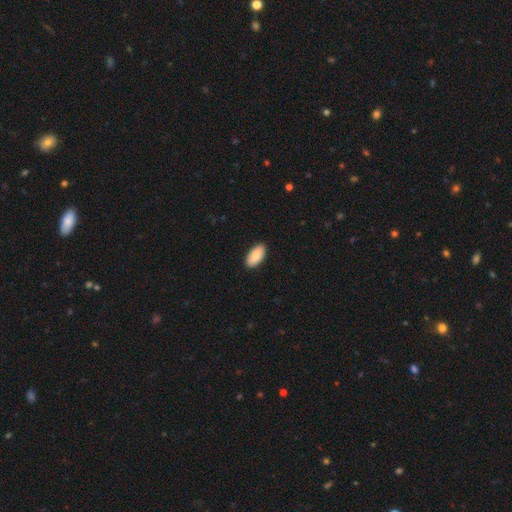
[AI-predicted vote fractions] smooth_or_featured: smooth (p=0.87) [alt: featured or disk p=0.08]
how_rounded: in between (p=0.95) [alt: cigar-shaped p=0.03]
merging: none (p=0.89) [alt: minor disturbance p=0.08]